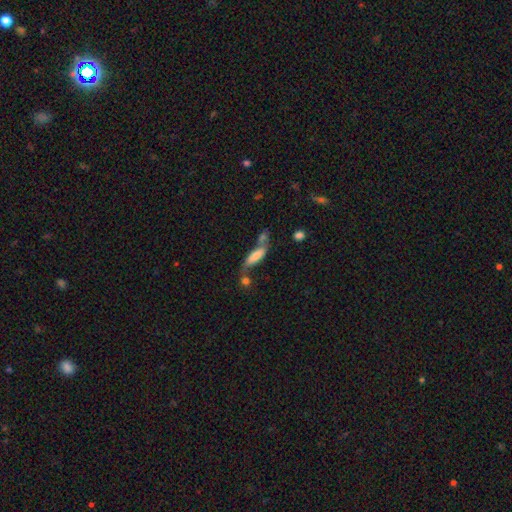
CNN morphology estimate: Smooth or featured: smooth — 69% (featured or disk — 23%)
How rounded: cigar-shaped — 52% (in between — 45%)
Merging: none — 37% (merger — 35%)